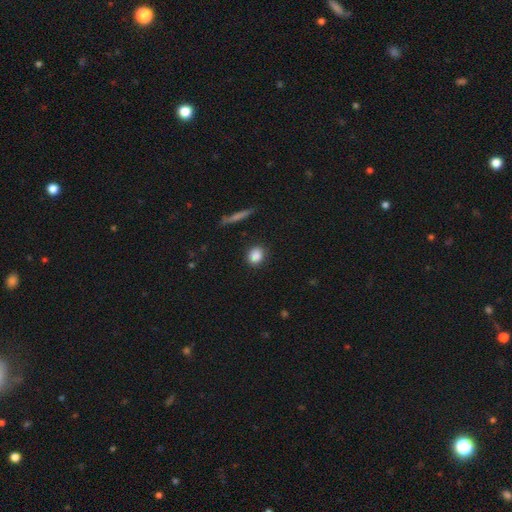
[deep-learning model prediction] smooth_or_featured: smooth (p=0.87) [alt: star or artifact p=0.08]
how_rounded: round (p=0.57) [alt: in between p=0.40]
merging: none (p=0.87) [alt: minor disturbance p=0.09]